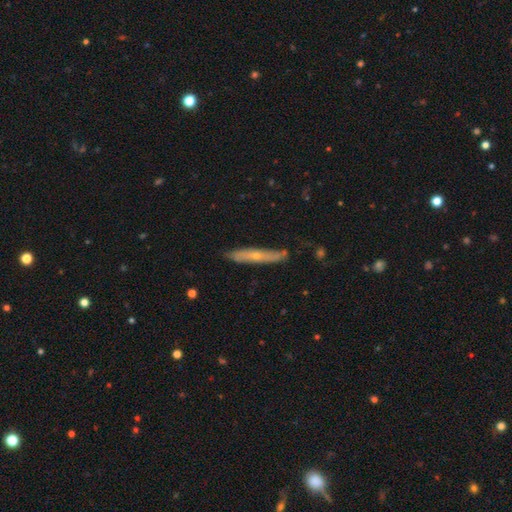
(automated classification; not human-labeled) Smooth or featured?
  - featured or disk: 53% *
  - smooth: 40%
  - star or artifact: 7%
Edge-on disk?
  - yes: 83% *
  - no: 17%
Merging?
  - none: 81% *
  - minor disturbance: 15%
  - major disturbance: 2%
  - merger: 2%